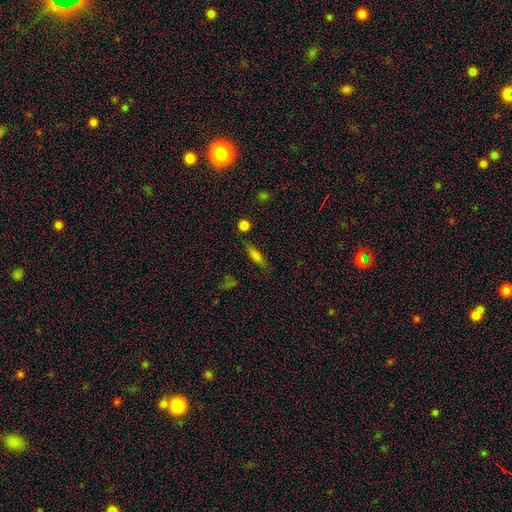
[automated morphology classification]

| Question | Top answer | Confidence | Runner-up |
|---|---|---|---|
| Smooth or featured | smooth | 73% | featured or disk (15%) |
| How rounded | in between | 53% | cigar-shaped (43%) |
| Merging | none | 77% | minor disturbance (15%) |